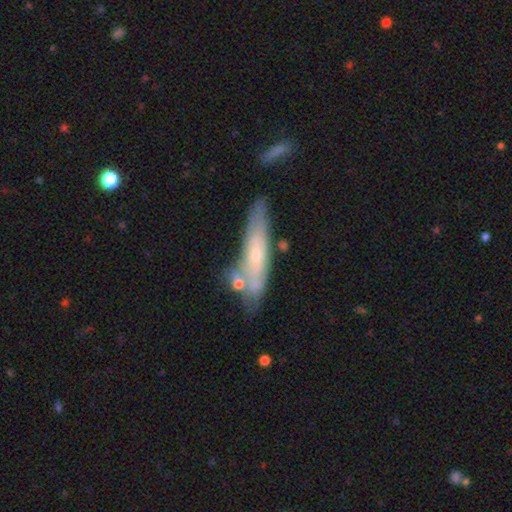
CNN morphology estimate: Smooth or featured? featured or disk (55%)
Edge-on disk? yes (53%)
Merging? none (60%)